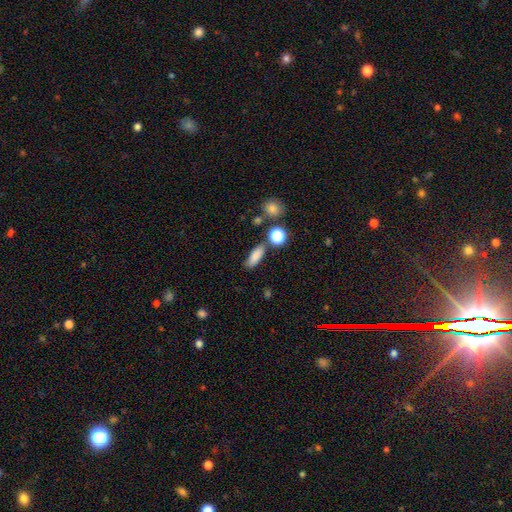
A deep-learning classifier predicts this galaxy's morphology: Smooth or featured? smooth (83%)
How rounded? in between (63%)
Merging? none (76%)